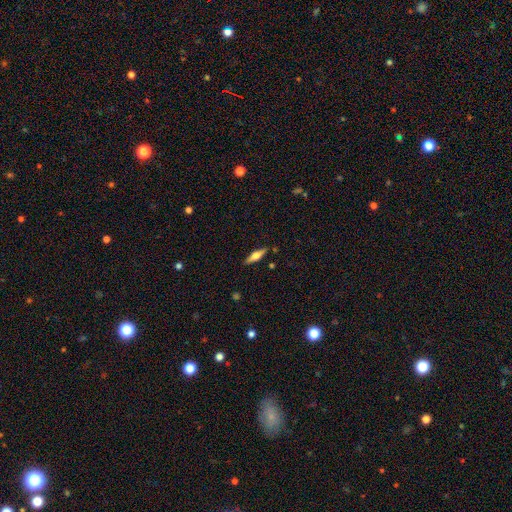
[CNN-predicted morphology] This is possibly a featured or disk galaxy (48%). Merging: clearly none (88%).